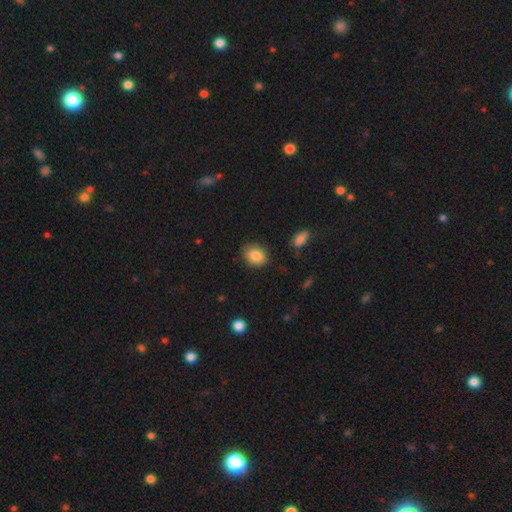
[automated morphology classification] Smooth or featured?
  - smooth: 86% *
  - star or artifact: 8%
  - featured or disk: 6%
How rounded?
  - in between: 58% *
  - round: 41%
  - cigar-shaped: 1%
Merging?
  - none: 83% *
  - minor disturbance: 13%
  - major disturbance: 3%
  - merger: 2%